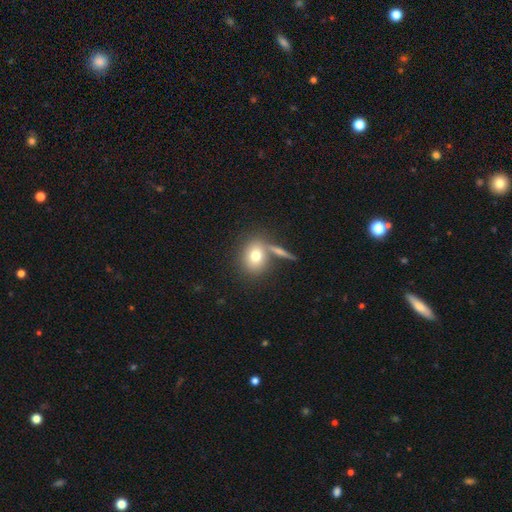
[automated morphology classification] A smooth galaxy with no disk features (73%) that is round (62%).

Vote fractions:
- Smooth or featured? smooth: 73% / featured or disk: 17% / star or artifact: 10%
- How rounded? round: 62% / in between: 36% / cigar-shaped: 2%
- Merging? none: 61% / merger: 23% / minor disturbance: 11% / major disturbance: 5%